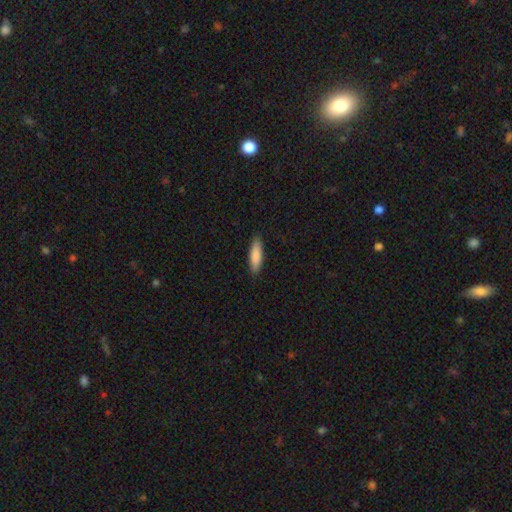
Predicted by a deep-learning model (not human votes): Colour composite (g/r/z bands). It shows a smooth galaxy with no disk features (87%) that is cigar-shaped (57%). Merging: none (89%).